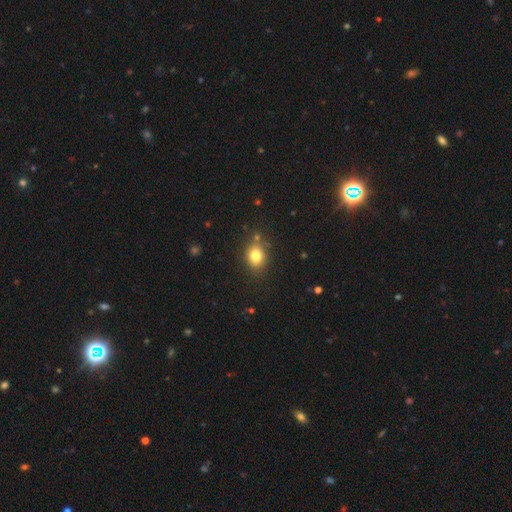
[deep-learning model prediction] smooth-or-featured: smooth: 80% | star or artifact: 11% | featured or disk: 8%
  how-rounded: in between: 53% | round: 46% | cigar-shaped: 1%
  merging: none: 79% | minor disturbance: 13% | merger: 5% | major disturbance: 4%